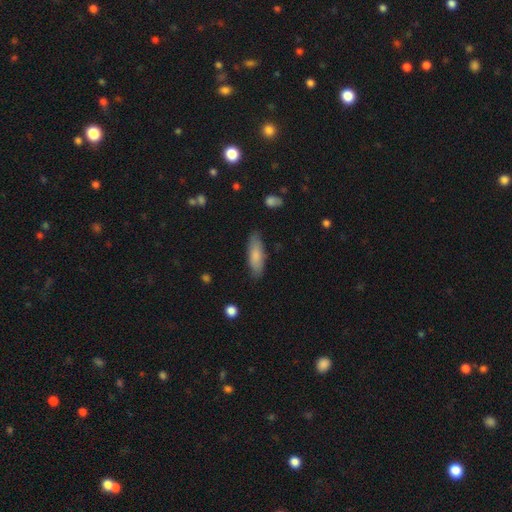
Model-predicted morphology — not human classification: Smooth or featured: smooth — 79% (featured or disk — 16%)
How rounded: in between — 53% (cigar-shaped — 46%)
Merging: none — 83% (minor disturbance — 13%)